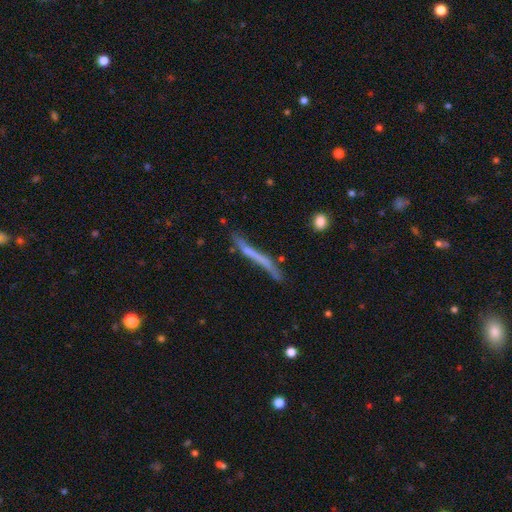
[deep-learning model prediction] Smooth or featured?
  - featured or disk: 53% *
  - smooth: 39%
  - star or artifact: 8%
Edge-on disk?
  - yes: 86% *
  - no: 14%
Merging?
  - none: 61% *
  - minor disturbance: 24%
  - major disturbance: 10%
  - merger: 5%